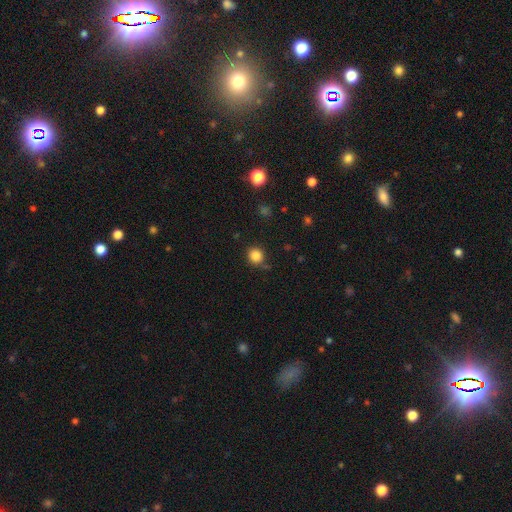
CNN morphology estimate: Overall: smooth (84%). How rounded: round (89%). Merging: none (82%).